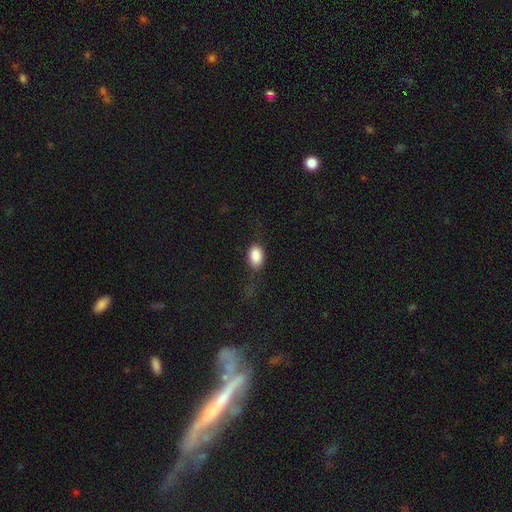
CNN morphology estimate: A smooth galaxy with no disk features (87%) that is in between round and cigar-shaped (88%). Merging: none (67%).